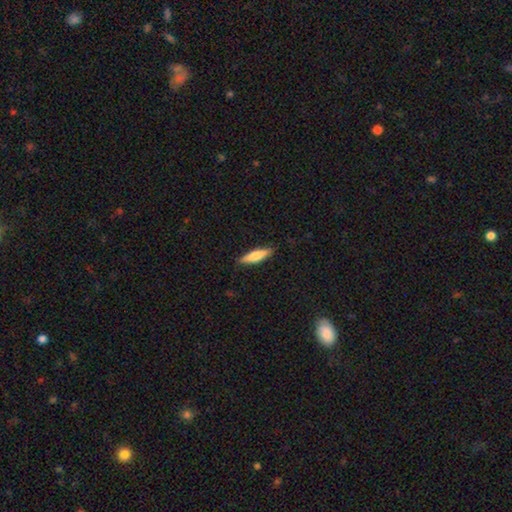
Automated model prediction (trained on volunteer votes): Smooth or featured? smooth (70%)
How rounded? cigar-shaped (73%)
Merging? none (87%)